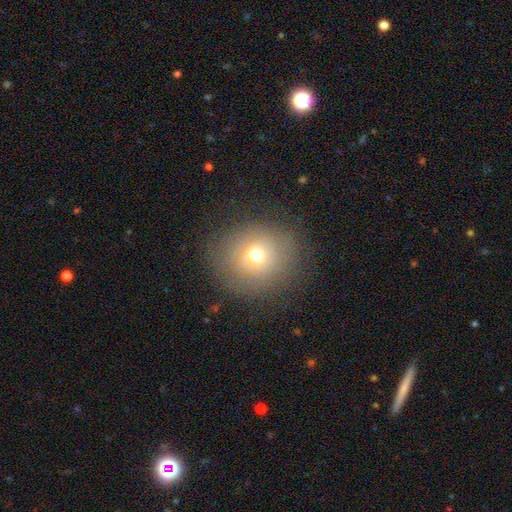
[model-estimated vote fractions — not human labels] Morphology: type=smooth (64%); roundness=round (87%); merging=none (80%).